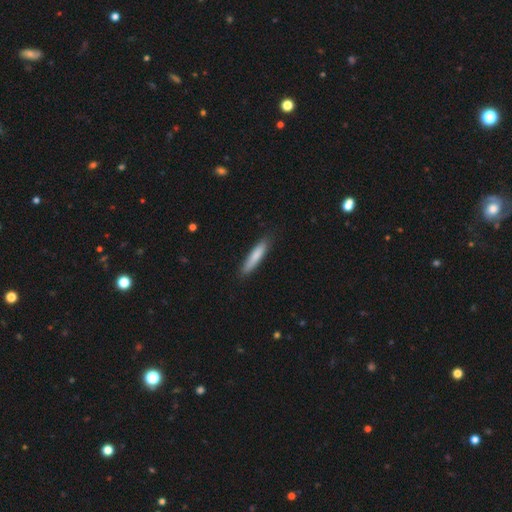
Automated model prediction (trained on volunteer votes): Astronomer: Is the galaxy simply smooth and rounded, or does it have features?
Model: smooth — 81%.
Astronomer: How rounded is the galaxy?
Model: cigar-shaped — 86%.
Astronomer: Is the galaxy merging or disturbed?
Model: none — 86%.